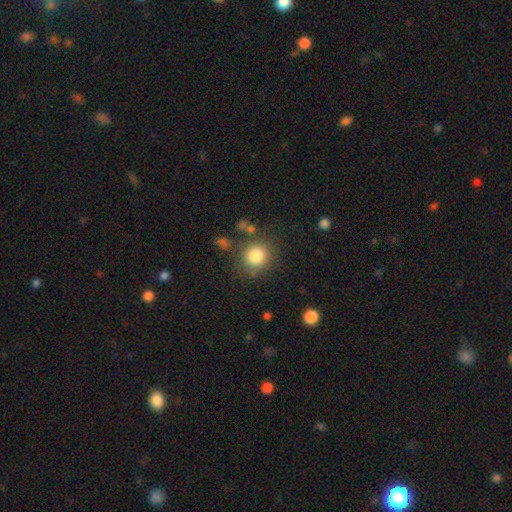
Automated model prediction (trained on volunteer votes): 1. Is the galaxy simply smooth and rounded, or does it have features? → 83% smooth, 10% star or artifact, 7% featured or disk.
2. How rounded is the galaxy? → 85% round, 14% in between, 1% cigar-shaped.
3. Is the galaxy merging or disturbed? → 79% none, 11% minor disturbance, 5% major disturbance, 5% merger.